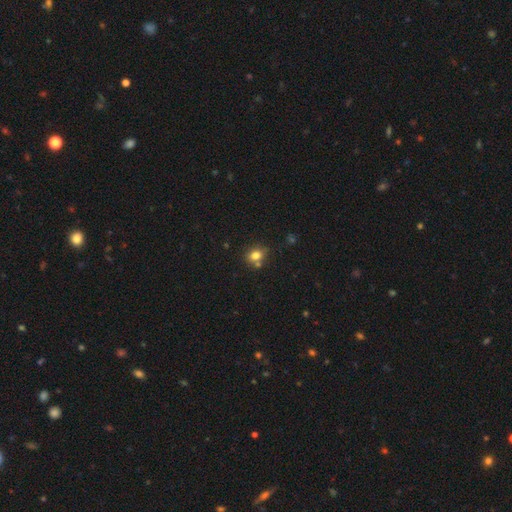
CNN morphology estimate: Smooth or featured: smooth — 78% (star or artifact — 13%)
How rounded: round — 59% (in between — 40%)
Merging: none — 64% (merger — 18%)